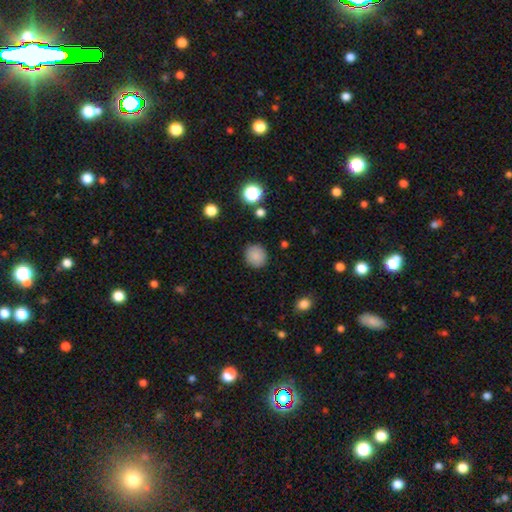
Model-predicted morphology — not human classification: Q: Smooth or featured?
A: smooth (86%); runner-up: star or artifact (10%)
Q: How rounded?
A: round (89%); runner-up: in between (10%)
Q: Merging?
A: none (89%); runner-up: minor disturbance (7%)